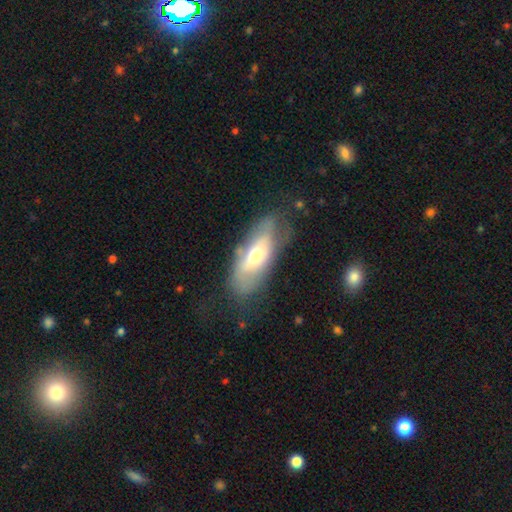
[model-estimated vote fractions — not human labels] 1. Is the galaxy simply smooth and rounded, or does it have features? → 51% smooth, 42% featured or disk, 7% star or artifact.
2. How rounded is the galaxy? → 77% in between, 20% cigar-shaped, 2% round.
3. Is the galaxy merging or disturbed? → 57% none, 26% minor disturbance, 14% major disturbance, 4% merger.